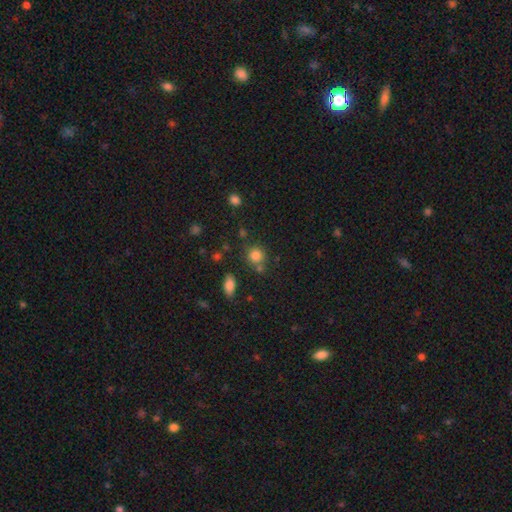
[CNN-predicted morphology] A smooth galaxy with no disk features (81%) that is round (86%).

Vote fractions:
- Smooth or featured? smooth: 81% / star or artifact: 12% / featured or disk: 7%
- How rounded? round: 86% / in between: 13% / cigar-shaped: 1%
- Merging? none: 69% / merger: 16% / minor disturbance: 11% / major disturbance: 4%